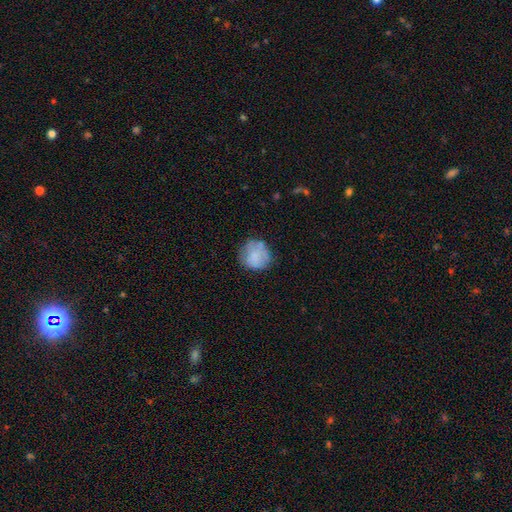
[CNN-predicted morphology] smooth-or-featured: smooth: 75% | featured or disk: 17% | star or artifact: 8%
  how-rounded: round: 86% | in between: 13% | cigar-shaped: 1%
  merging: none: 66% | minor disturbance: 23% | major disturbance: 8% | merger: 3%